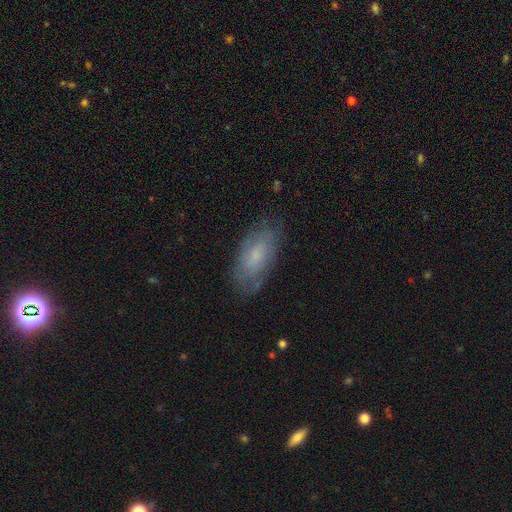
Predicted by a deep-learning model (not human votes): Smooth or featured: smooth — 54% (featured or disk — 38%)
How rounded: in between — 87% (cigar-shaped — 10%)
Merging: none — 76% (minor disturbance — 18%)